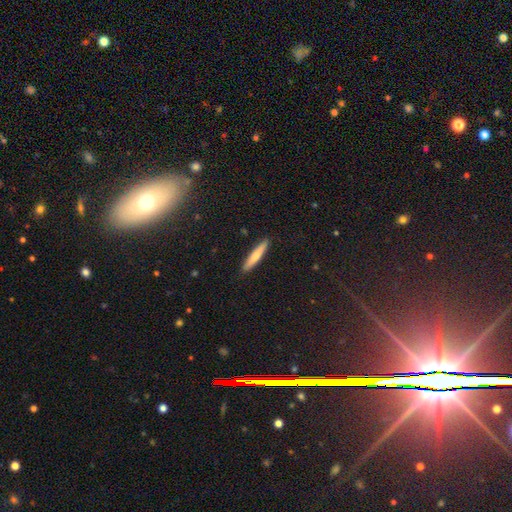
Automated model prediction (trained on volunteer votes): smooth 70%, featured or disk 25%, star or artifact 5%. Down the decision tree: how rounded — cigar-shaped (93%); merging — none (91%).